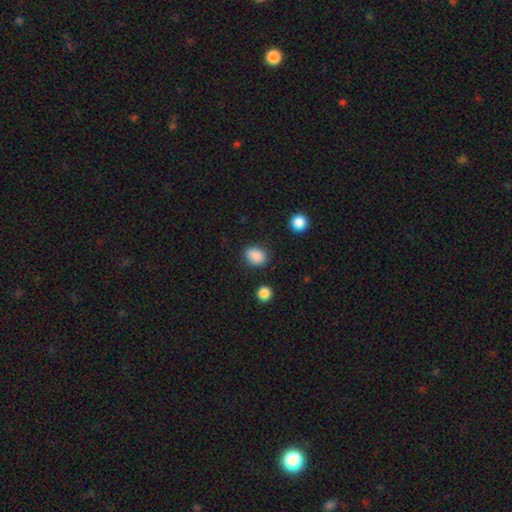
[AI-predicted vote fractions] Smooth or featured? smooth (88%)
How rounded? in between (68%)
Merging? none (83%)